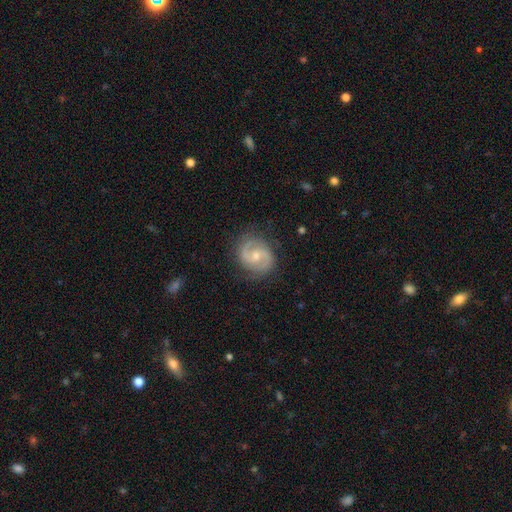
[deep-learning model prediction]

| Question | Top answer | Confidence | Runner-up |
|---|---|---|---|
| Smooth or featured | featured or disk | 87% | smooth (8%) |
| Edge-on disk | no | 98% | yes (2%) |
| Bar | weak | 46% | no (45%) |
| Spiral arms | yes | 97% | no (3%) |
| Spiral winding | medium | 55% | tight (32%) |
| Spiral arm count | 2 | 92% | can't tell (3%) |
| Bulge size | small | 48% | moderate (47%) |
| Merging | none | 82% | minor disturbance (13%) |